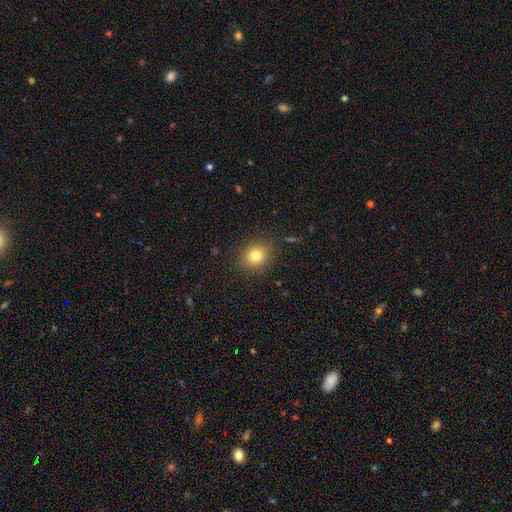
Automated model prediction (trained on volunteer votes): Morphology: type=smooth (79%); roundness=round (72%); merging=none (86%).